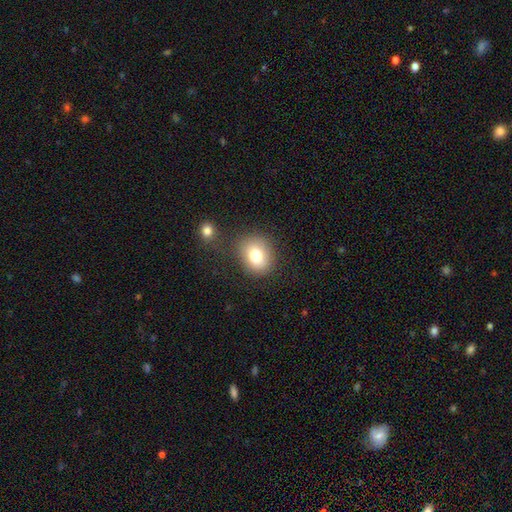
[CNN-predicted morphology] Smooth or featured? smooth (79%)
How rounded? round (53%)
Merging? none (75%)